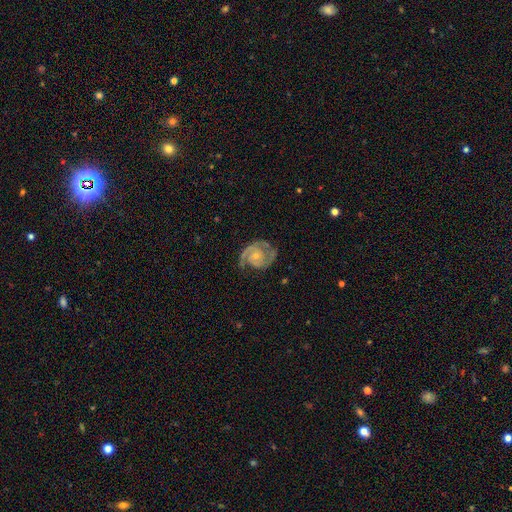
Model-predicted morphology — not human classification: Smooth or featured? featured or disk (88%)
Edge-on disk? no (98%)
Bar? no (71%)
Spiral arms? yes (96%)
Spiral winding? tight (51%)
Spiral arm count? 2 (79%)
Bulge size? small (63%)
Merging? none (66%)